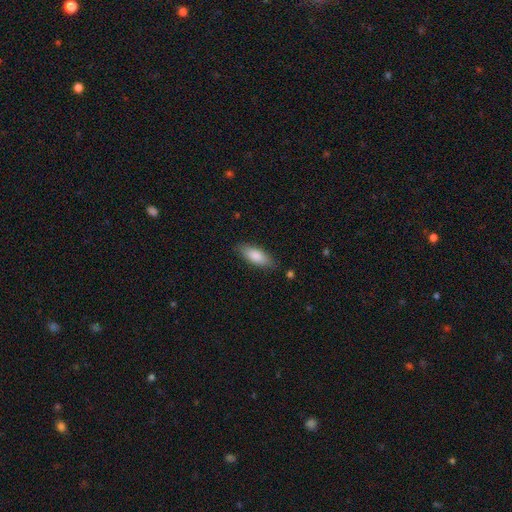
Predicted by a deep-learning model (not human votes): This is clearly a smooth galaxy (84%). How rounded: likely in between (75%). Merging: clearly none (82%).